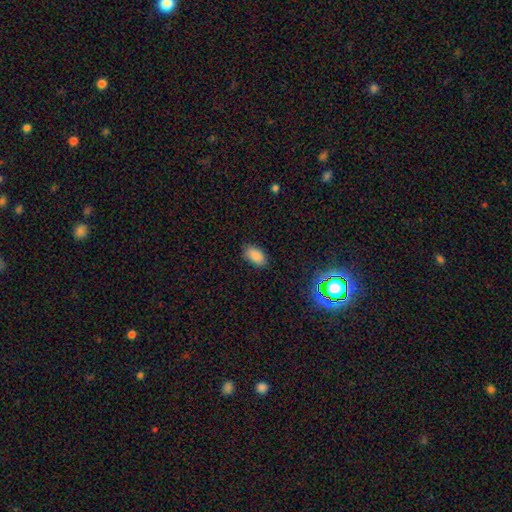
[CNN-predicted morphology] This is clearly a smooth galaxy (85%). How rounded: clearly in between (93%). Merging: clearly none (84%).